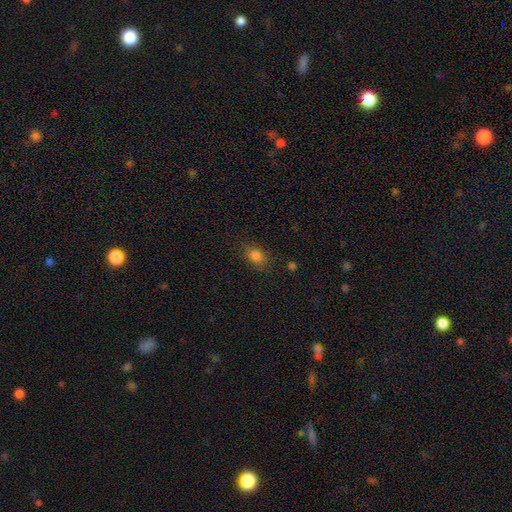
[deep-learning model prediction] smooth 81%, star or artifact 12%, featured or disk 6%. Down the decision tree: how rounded — in between (61%); merging — none (80%).